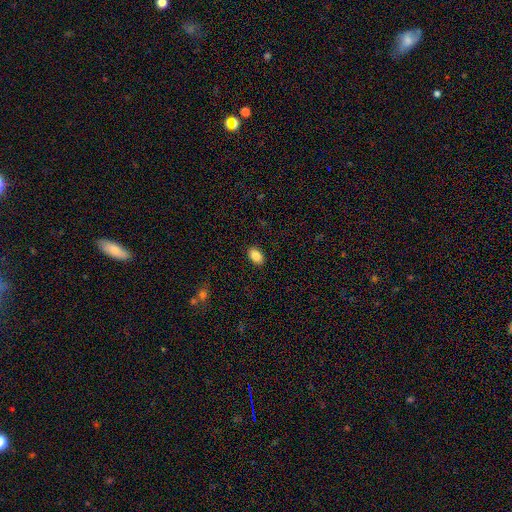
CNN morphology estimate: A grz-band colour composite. It shows a smooth galaxy with no disk features (87%) that is in between round and cigar-shaped (87%). Merging: none (89%).